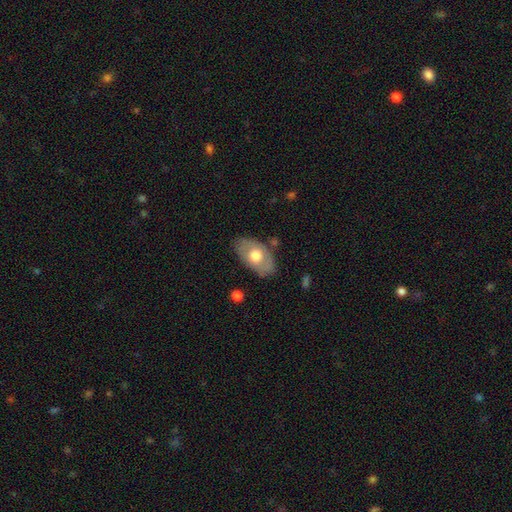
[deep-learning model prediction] Morphology: type=smooth (55%); roundness=in between (90%); merging=none (76%).